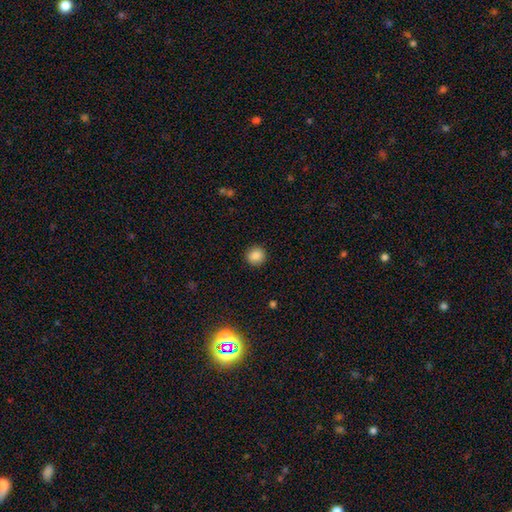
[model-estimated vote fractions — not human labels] Smooth or featured: smooth — 87% (star or artifact — 9%)
How rounded: round — 89% (in between — 10%)
Merging: none — 91% (minor disturbance — 6%)